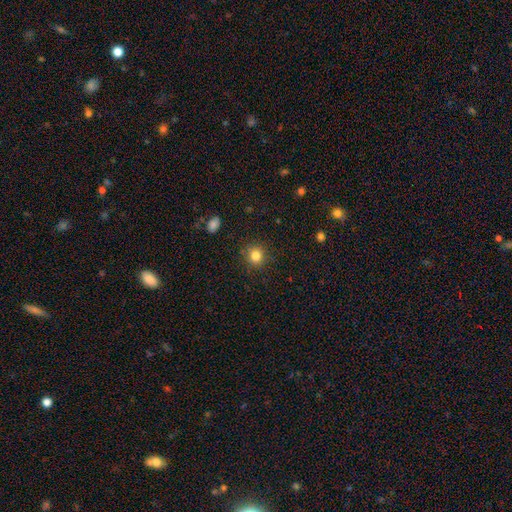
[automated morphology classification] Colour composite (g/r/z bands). It shows a smooth galaxy with no disk features (83%) that is round (90%). Merging: none (89%).